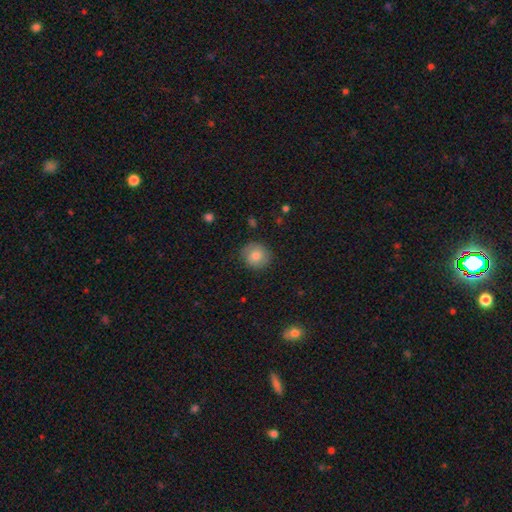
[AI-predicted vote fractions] Q: Smooth or featured?
A: smooth (78%); runner-up: featured or disk (14%)
Q: How rounded?
A: round (85%); runner-up: in between (14%)
Q: Merging?
A: none (85%); runner-up: minor disturbance (11%)